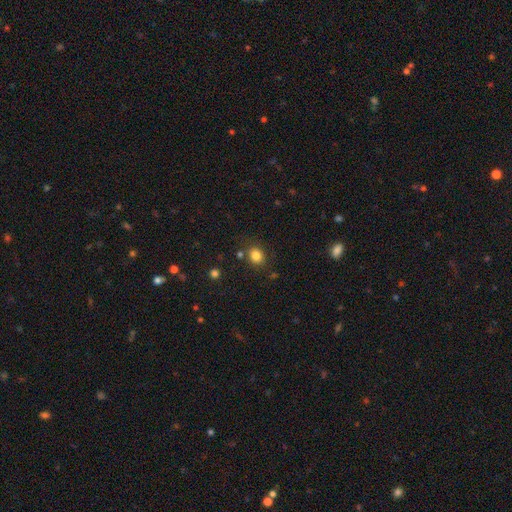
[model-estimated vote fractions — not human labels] Smooth or featured? smooth (82%)
How rounded? round (68%)
Merging? none (79%)